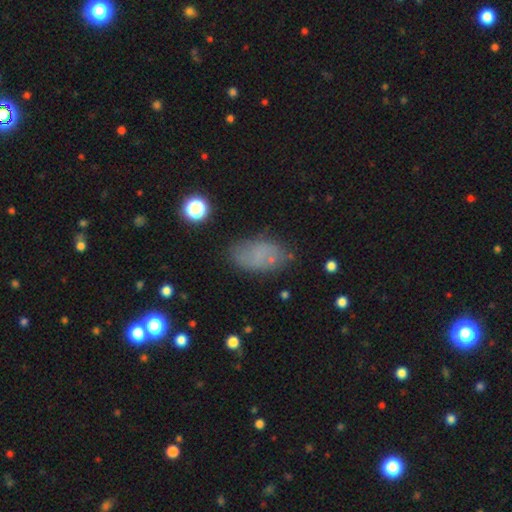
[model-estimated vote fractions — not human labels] This is likely a smooth galaxy (66%). How rounded: clearly in between (91%). Merging: likely none (70%).